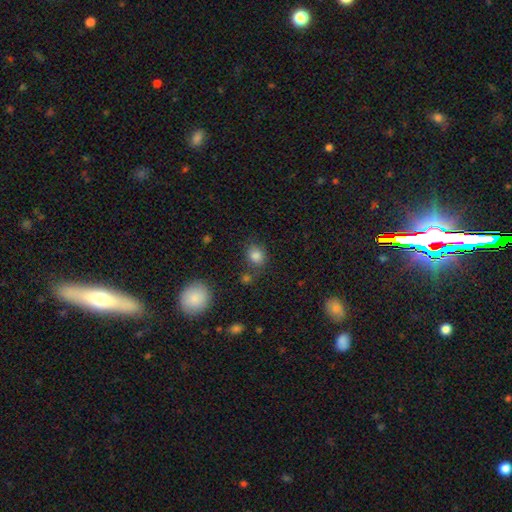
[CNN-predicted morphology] Smooth or featured? Predicted: smooth (p=0.82). How rounded? Predicted: round (p=0.66). Merging? Predicted: none (p=0.67).